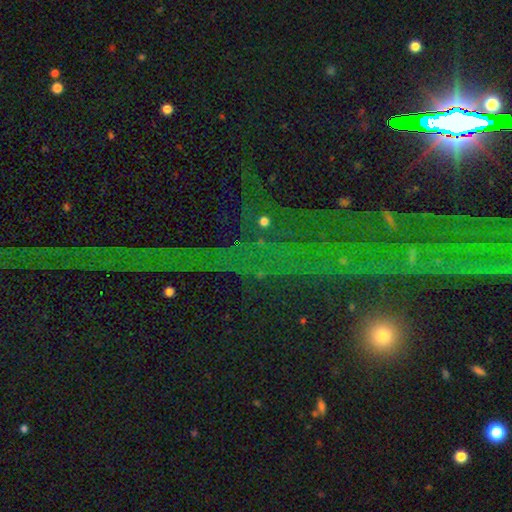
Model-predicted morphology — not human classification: Q: Smooth or featured?
A: star or artifact (74%); runner-up: smooth (13%)